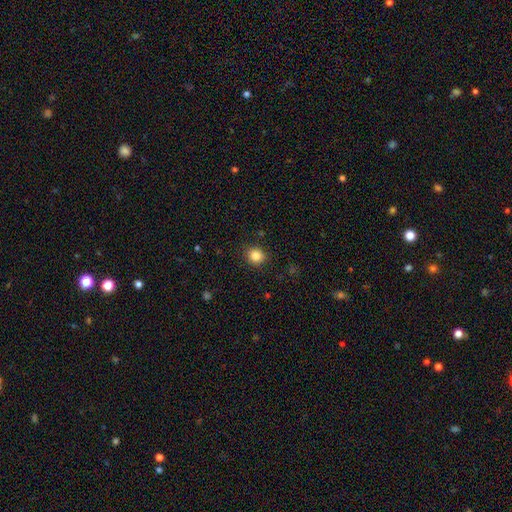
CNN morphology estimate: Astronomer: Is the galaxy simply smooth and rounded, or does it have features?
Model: smooth — 84%.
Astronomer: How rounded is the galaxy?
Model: round — 81%.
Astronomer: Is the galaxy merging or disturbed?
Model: none — 90%.